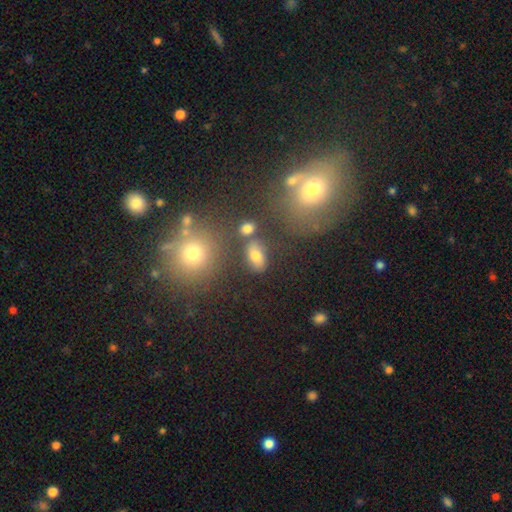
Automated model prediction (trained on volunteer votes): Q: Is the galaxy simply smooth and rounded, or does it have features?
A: smooth — 72%.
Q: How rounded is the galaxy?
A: in between — 84%.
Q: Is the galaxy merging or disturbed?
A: none — 74%.